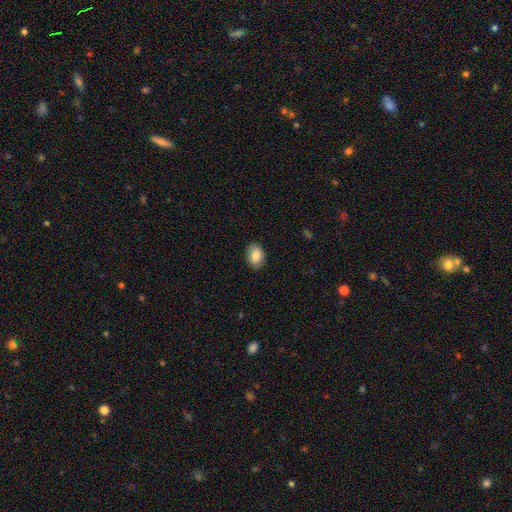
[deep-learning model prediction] This is clearly a smooth galaxy (83%). How rounded: clearly in between (81%). Merging: clearly none (88%).